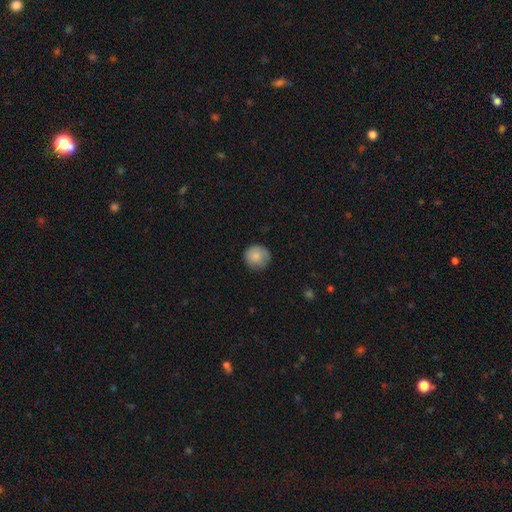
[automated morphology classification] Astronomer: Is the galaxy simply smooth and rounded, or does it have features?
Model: smooth — 83%.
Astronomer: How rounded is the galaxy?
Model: round — 91%.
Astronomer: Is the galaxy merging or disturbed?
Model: none — 76%.